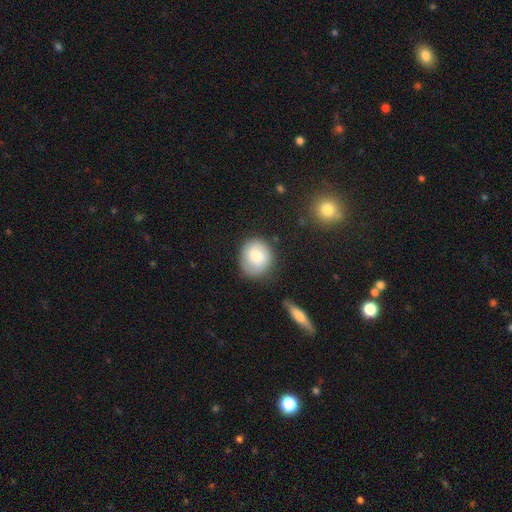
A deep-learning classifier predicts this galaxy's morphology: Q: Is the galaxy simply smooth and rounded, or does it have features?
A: smooth — 70%.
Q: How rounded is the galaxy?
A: round — 80%.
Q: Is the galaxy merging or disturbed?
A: none — 76%.